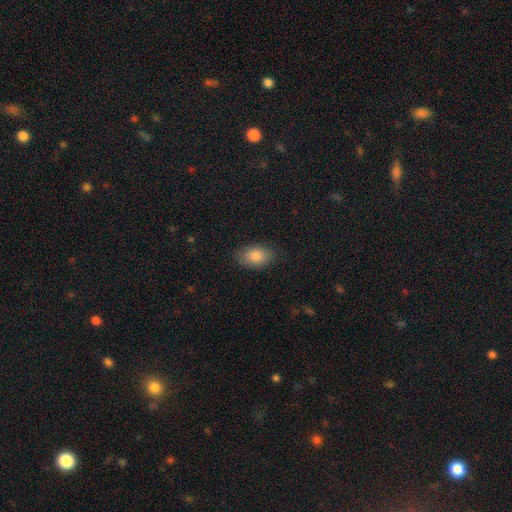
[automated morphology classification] Smooth or featured?
  - smooth: 86% *
  - star or artifact: 8%
  - featured or disk: 7%
How rounded?
  - in between: 88% *
  - round: 11%
  - cigar-shaped: 1%
Merging?
  - none: 85% *
  - minor disturbance: 11%
  - major disturbance: 3%
  - merger: 1%